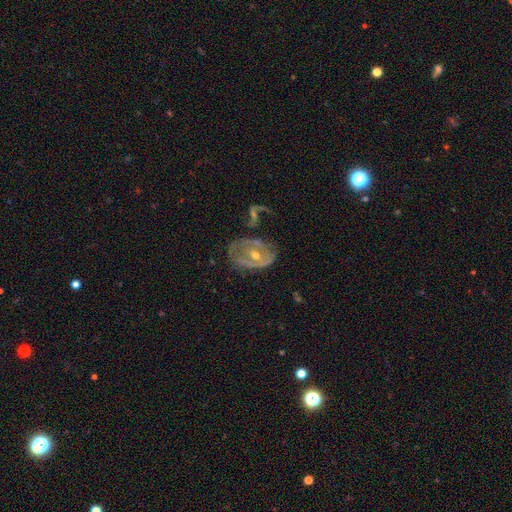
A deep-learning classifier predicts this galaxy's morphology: Smooth or featured? Predicted: featured or disk (p=0.76). Edge-on disk? Predicted: no (p=0.96). Bar? Predicted: no (p=0.54). Spiral arms? Predicted: yes (p=0.61). Bulge size? Predicted: moderate (p=0.59). Merging? Predicted: none (p=0.40).